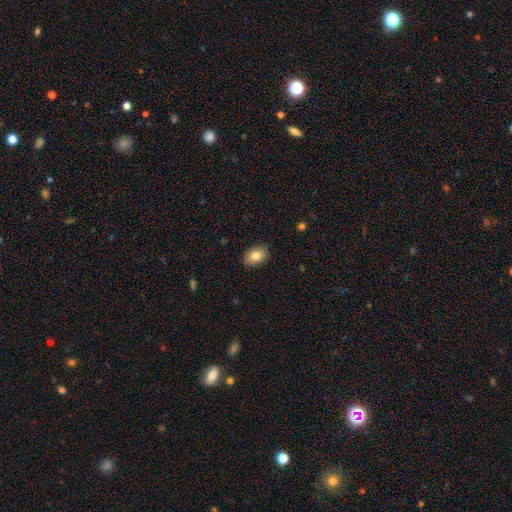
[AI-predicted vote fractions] Smooth or featured: smooth — 81% (featured or disk — 11%)
How rounded: in between — 81% (round — 18%)
Merging: none — 87% (minor disturbance — 10%)